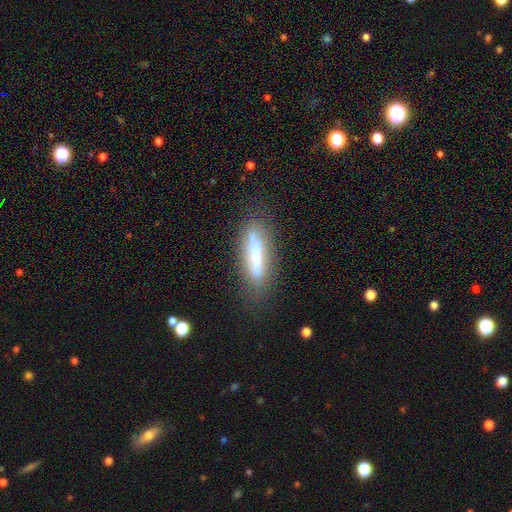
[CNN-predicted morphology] Smooth or featured? Predicted: smooth (p=0.49). Merging? Predicted: none (p=0.75).